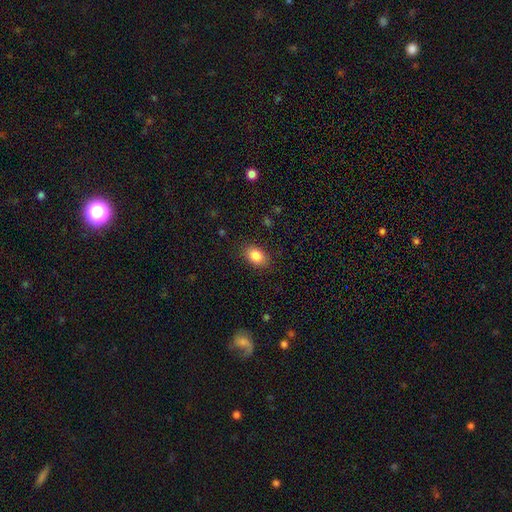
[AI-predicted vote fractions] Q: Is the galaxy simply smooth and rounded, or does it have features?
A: smooth — 85%.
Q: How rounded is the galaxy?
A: in between — 81%.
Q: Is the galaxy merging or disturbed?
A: none — 86%.